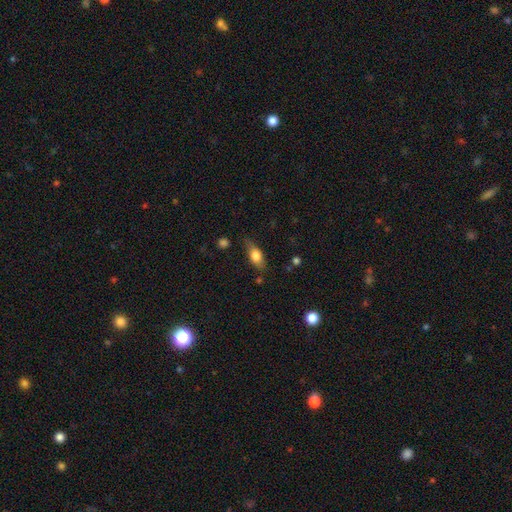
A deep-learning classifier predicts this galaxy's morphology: This appears to be a smooth galaxy with no disk features (69%) that is in between round and cigar-shaped (77%). Merging: none (71%).